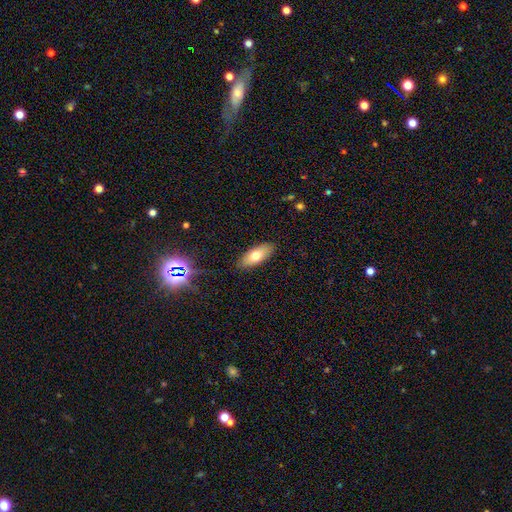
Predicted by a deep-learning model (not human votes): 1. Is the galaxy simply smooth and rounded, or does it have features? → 71% smooth, 22% featured or disk, 8% star or artifact.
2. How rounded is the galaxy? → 82% in between, 15% cigar-shaped, 3% round.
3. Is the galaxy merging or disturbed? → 88% none, 9% minor disturbance, 2% major disturbance, 1% merger.